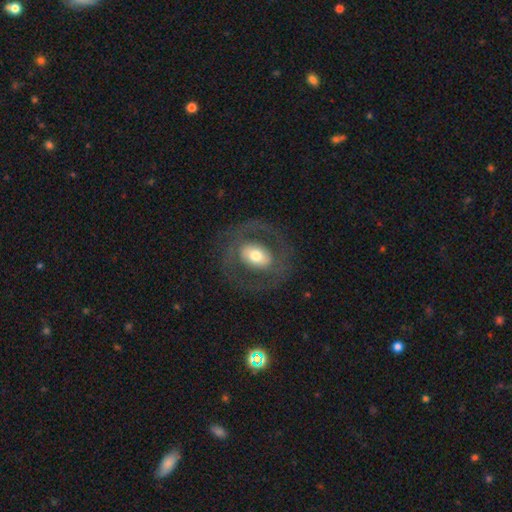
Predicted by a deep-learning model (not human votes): Morphology: type=featured or disk (62%); edge-on=no (94%); bar=no (43%); spiral arms=no (54%); bulge=moderate (59%); merging=none (75%).